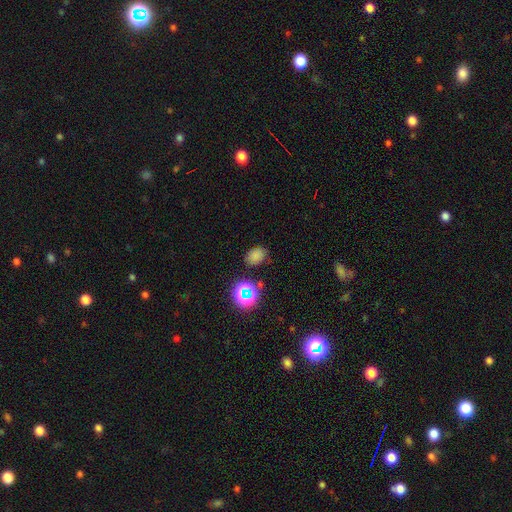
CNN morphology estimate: The model was most divided on "how rounded": in between: 63%, round: 36%, cigar-shaped: 1%. More confident: merging — none (75%); smooth or featured — smooth (70%).